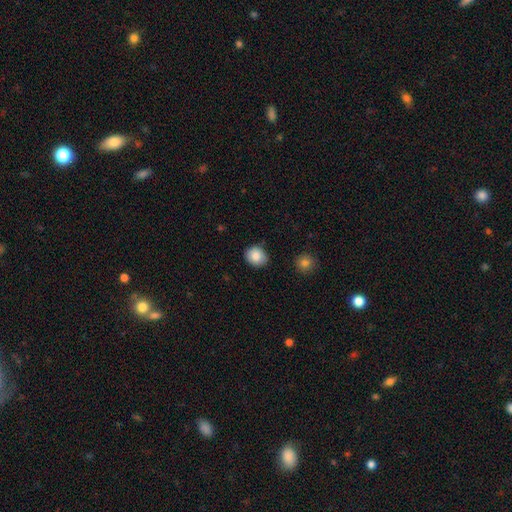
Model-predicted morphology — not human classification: Smooth or featured? smooth (86%)
How rounded? round (72%)
Merging? none (82%)